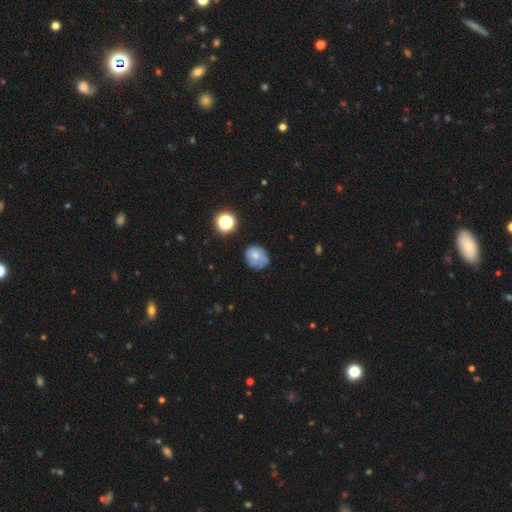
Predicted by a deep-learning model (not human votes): A smooth galaxy with no disk features (67%) that is round (69%). Merging: none (54%).